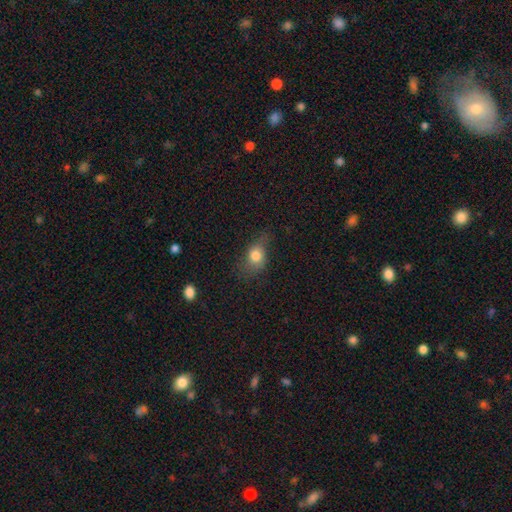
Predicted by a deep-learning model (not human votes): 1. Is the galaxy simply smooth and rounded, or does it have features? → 77% smooth, 13% featured or disk, 10% star or artifact.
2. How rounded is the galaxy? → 62% in between, 35% round, 3% cigar-shaped.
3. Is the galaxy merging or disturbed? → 52% none, 30% minor disturbance, 15% major disturbance, 2% merger.